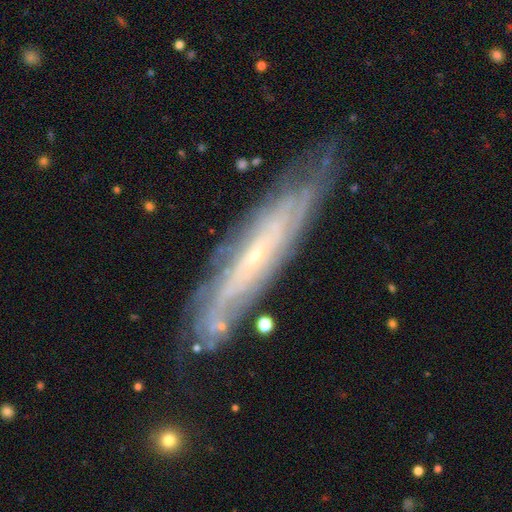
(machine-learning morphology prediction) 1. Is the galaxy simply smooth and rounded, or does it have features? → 78% featured or disk, 15% smooth, 7% star or artifact.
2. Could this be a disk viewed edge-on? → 55% no, 45% yes.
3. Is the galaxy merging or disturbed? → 75% none, 18% minor disturbance, 5% major disturbance, 2% merger.